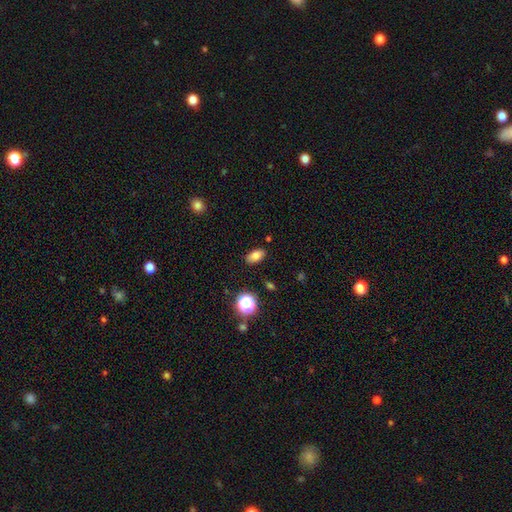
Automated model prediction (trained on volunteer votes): Smooth or featured? smooth (78%)
How rounded? in between (89%)
Merging? none (88%)